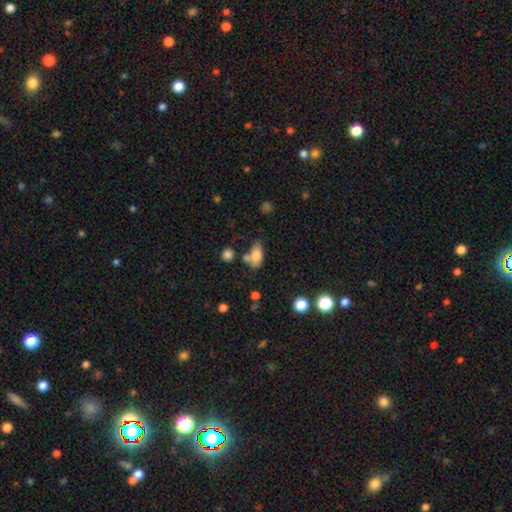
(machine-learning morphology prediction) The model was most divided on "merging": none: 48%, merger: 22%, minor disturbance: 21%, major disturbance: 9%. More confident: how rounded — in between (87%); smooth or featured — smooth (77%).